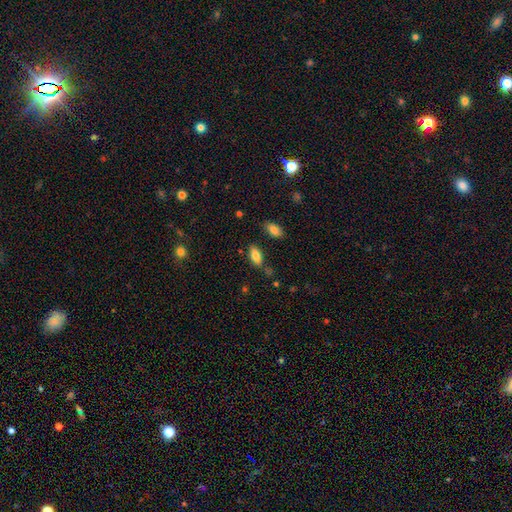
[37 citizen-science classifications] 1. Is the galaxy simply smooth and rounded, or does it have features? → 89% smooth, 11% featured or disk, 0% star or artifact.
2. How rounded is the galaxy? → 79% in between, 15% cigar-shaped, 6% round.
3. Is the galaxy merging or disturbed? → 86% none, 11% minor disturbance, 3% major disturbance, 0% merger.